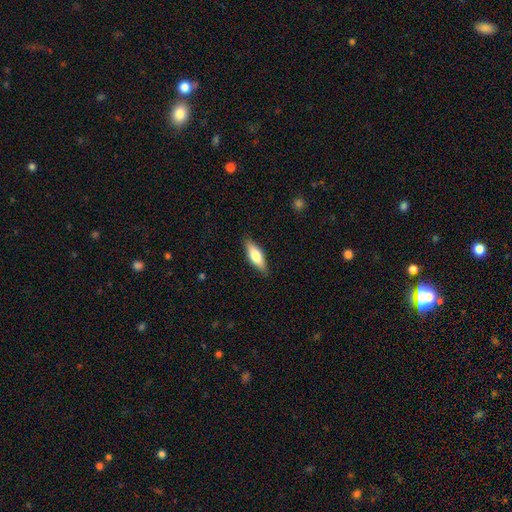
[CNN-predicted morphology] Q: Smooth or featured?
A: smooth (65%); runner-up: featured or disk (30%)
Q: How rounded?
A: in between (56%); runner-up: cigar-shaped (42%)
Q: Merging?
A: none (87%); runner-up: minor disturbance (10%)